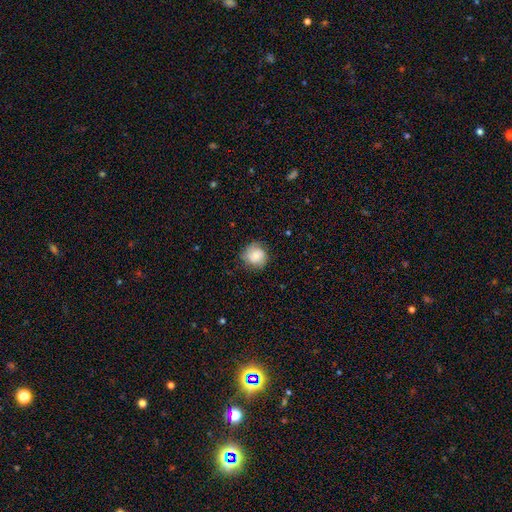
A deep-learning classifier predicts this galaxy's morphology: Overall: smooth (66%; featured or disk 26%). How rounded: round (89%). Merging: none (79%).